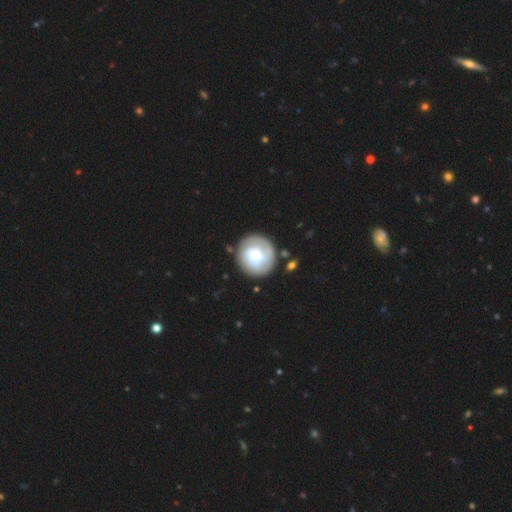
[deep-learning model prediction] This appears to be a smooth galaxy with no disk features (47%, tied with featured or disk). Merging: none (75%).